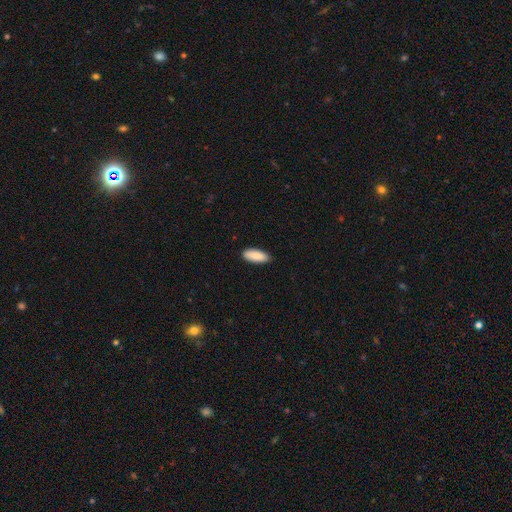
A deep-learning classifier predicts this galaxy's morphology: Smooth or featured?
  - smooth: 90% *
  - star or artifact: 6%
  - featured or disk: 5%
How rounded?
  - in between: 76% *
  - cigar-shaped: 22%
  - round: 2%
Merging?
  - none: 87% *
  - minor disturbance: 10%
  - major disturbance: 2%
  - merger: 1%